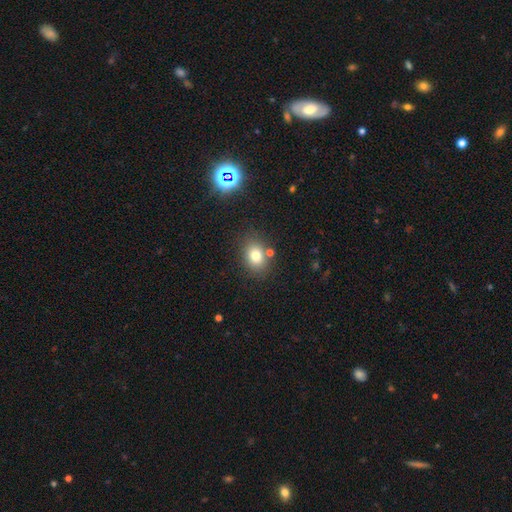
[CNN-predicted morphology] Q: Smooth or featured?
A: smooth (79%); runner-up: star or artifact (12%)
Q: How rounded?
A: in between (59%); runner-up: round (40%)
Q: Merging?
A: none (77%); runner-up: minor disturbance (11%)